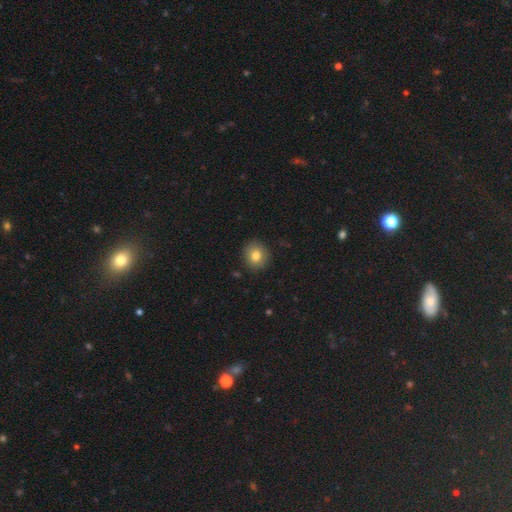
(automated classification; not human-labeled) A smooth galaxy with no disk features (81%) that is round (81%).

Vote fractions:
- Smooth or featured? smooth: 81% / star or artifact: 10% / featured or disk: 9%
- How rounded? round: 81% / in between: 18% / cigar-shaped: 1%
- Merging? none: 88% / minor disturbance: 8% / major disturbance: 2% / merger: 1%